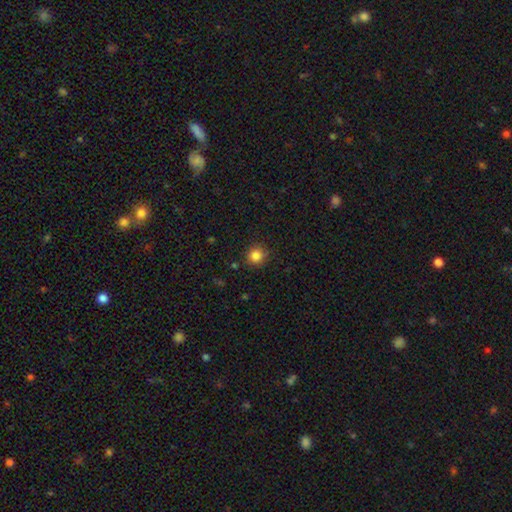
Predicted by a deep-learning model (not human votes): Smooth or featured?
  - smooth: 84% *
  - star or artifact: 11%
  - featured or disk: 4%
How rounded?
  - round: 90% *
  - in between: 9%
  - cigar-shaped: 1%
Merging?
  - none: 87% *
  - minor disturbance: 9%
  - major disturbance: 2%
  - merger: 1%